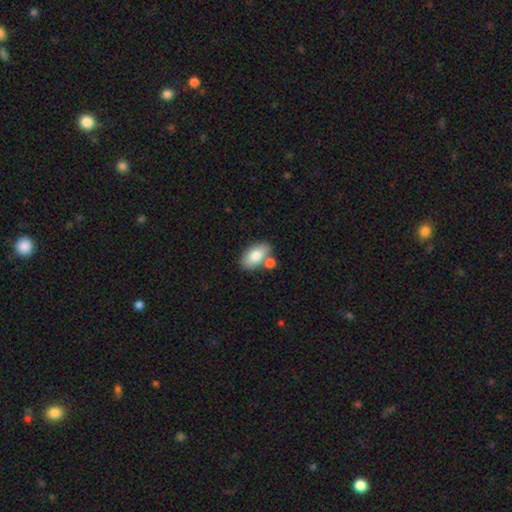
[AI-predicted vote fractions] smooth_or_featured: smooth (p=0.79) [alt: featured or disk p=0.14]
how_rounded: in between (p=0.92) [alt: round p=0.05]
merging: none (p=0.67) [alt: merger p=0.18]